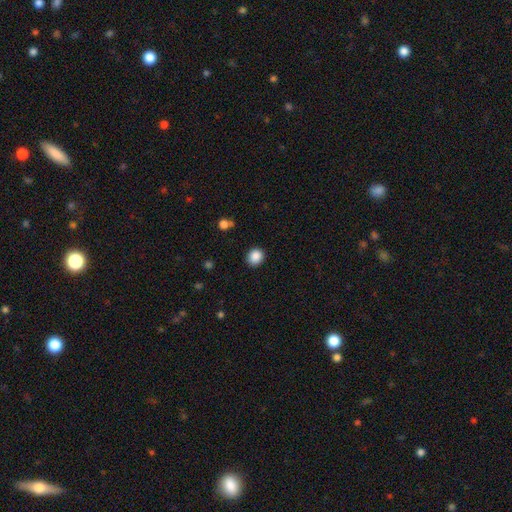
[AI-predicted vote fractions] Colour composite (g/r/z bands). It shows a smooth galaxy with no disk features (88%) that is round (77%). Merging: none (89%).